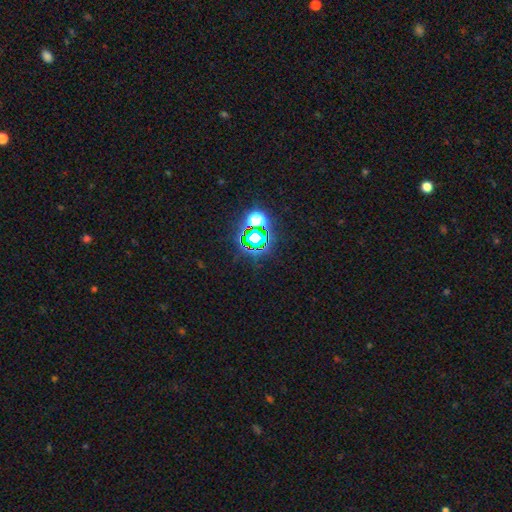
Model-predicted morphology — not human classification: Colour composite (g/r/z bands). It shows a star or artifact, not a galaxy (77%).